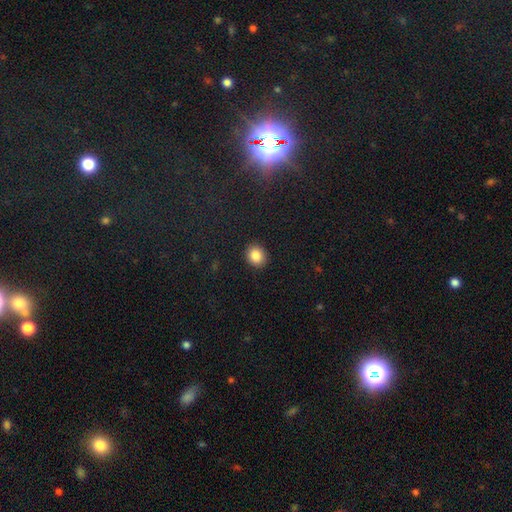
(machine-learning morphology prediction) Smooth or featured: smooth — 85% (star or artifact — 9%)
How rounded: round — 74% (in between — 25%)
Merging: none — 91% (minor disturbance — 6%)